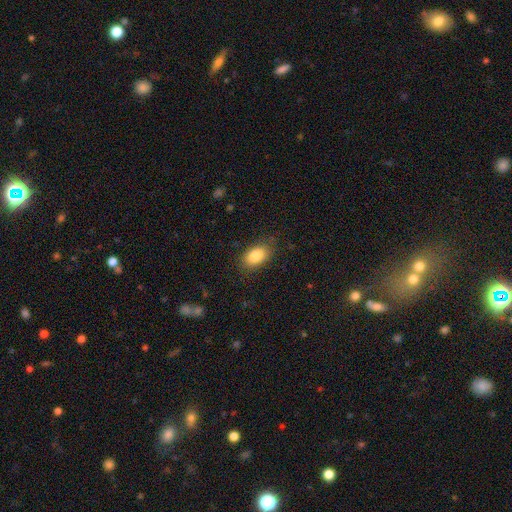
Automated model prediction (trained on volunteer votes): smooth 86%, star or artifact 8%, featured or disk 7%. Down the decision tree: how rounded — in between (90%); merging — none (83%).